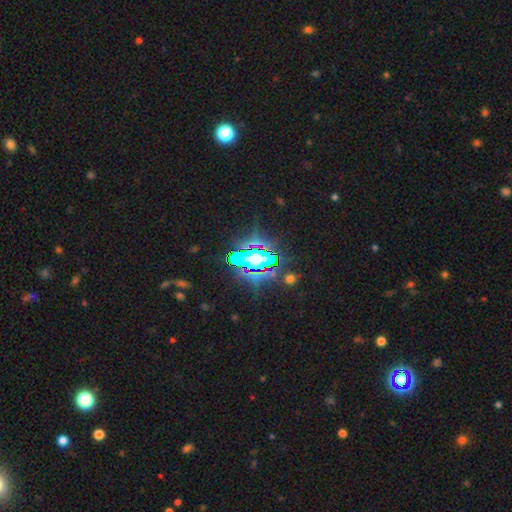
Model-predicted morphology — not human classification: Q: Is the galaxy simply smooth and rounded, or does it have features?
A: star or artifact — 78%.